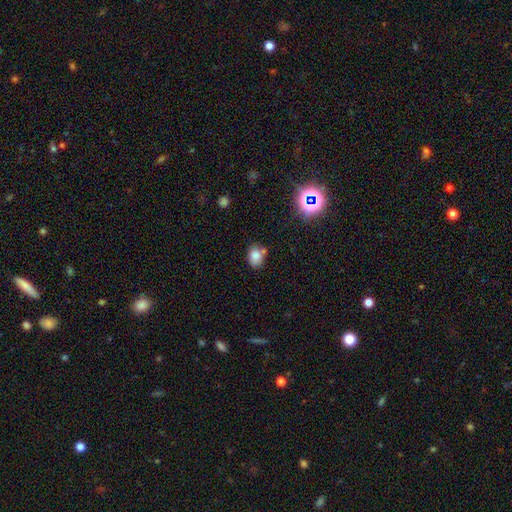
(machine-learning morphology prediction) A smooth galaxy with no disk features (78%) that is in between round and cigar-shaped (59%). Merging: none (62%).